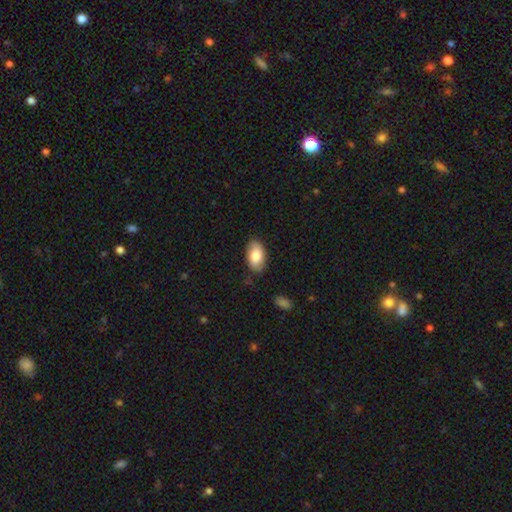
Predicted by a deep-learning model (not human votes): Smooth or featured? Predicted: smooth (p=0.80). How rounded? Predicted: in between (p=0.93). Merging? Predicted: none (p=0.80).